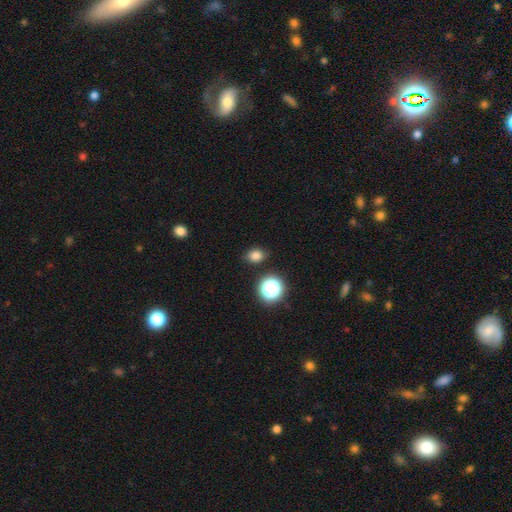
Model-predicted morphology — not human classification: This is likely a smooth galaxy (79%). How rounded: possibly in between (54%). Merging: clearly none (82%).